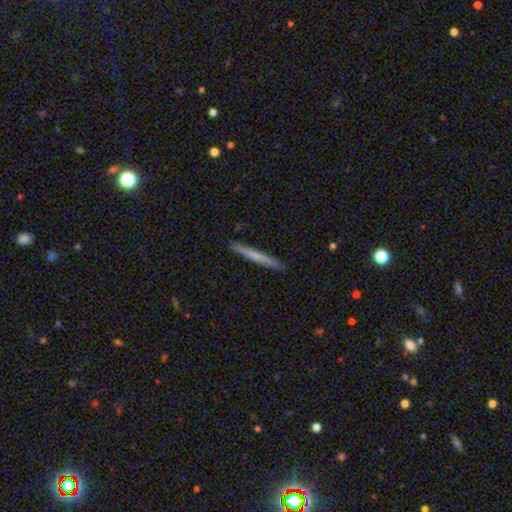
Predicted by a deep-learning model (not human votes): This appears to be a smooth galaxy with no disk features (60%) that is cigar-shaped (97%). Merging: none (92%).